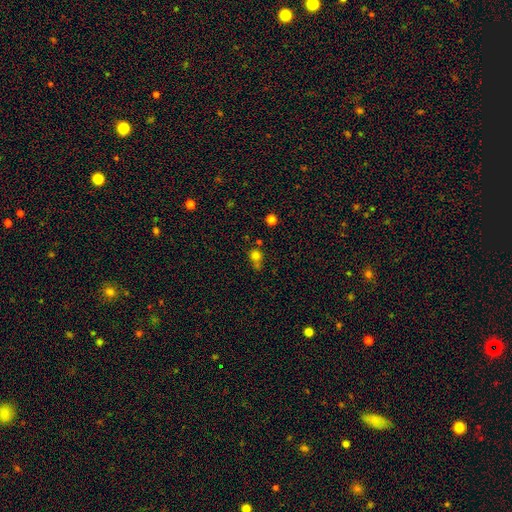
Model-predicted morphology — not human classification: Overall: smooth (75%). How rounded: round (80%). Merging: none (46%; merger 28%).